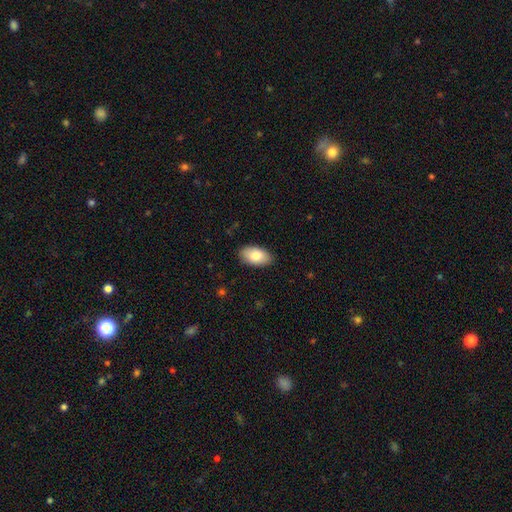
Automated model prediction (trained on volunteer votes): smooth 82%, featured or disk 12%, star or artifact 6%. Down the decision tree: how rounded — in between (94%); merging — none (88%).